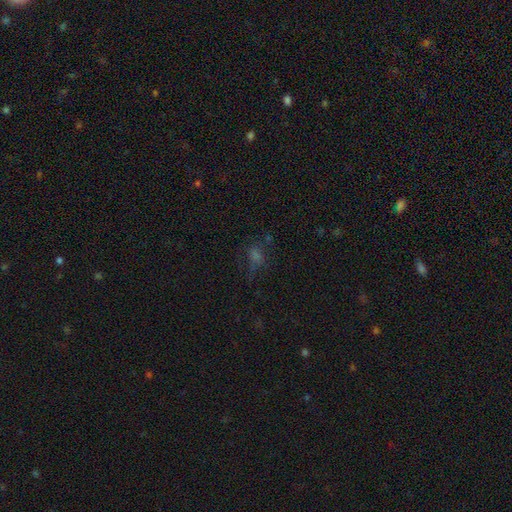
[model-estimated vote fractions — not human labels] This appears to be a star or artifact, not a galaxy (44%).